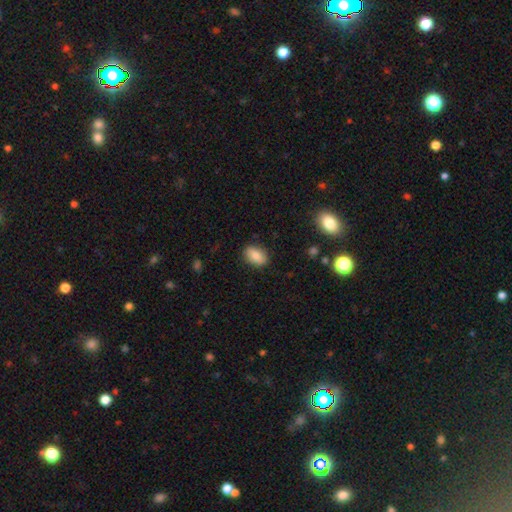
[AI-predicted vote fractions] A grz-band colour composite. It shows a smooth galaxy with no disk features (84%) that is in between round and cigar-shaped (86%). Merging: none (86%).